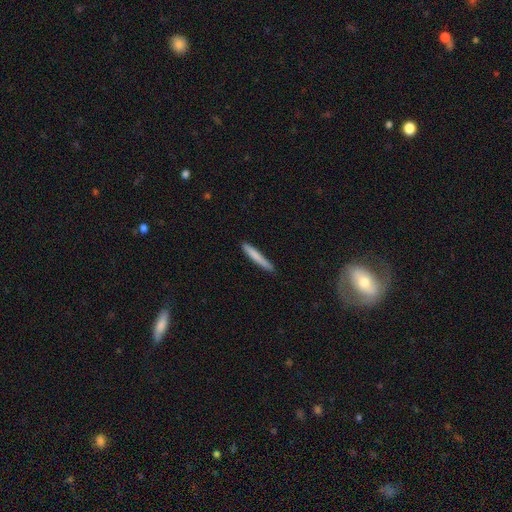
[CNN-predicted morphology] The model was most divided on "smooth or featured": smooth: 78%, featured or disk: 16%, star or artifact: 6%. More confident: how rounded — cigar-shaped (95%); merging — none (85%).